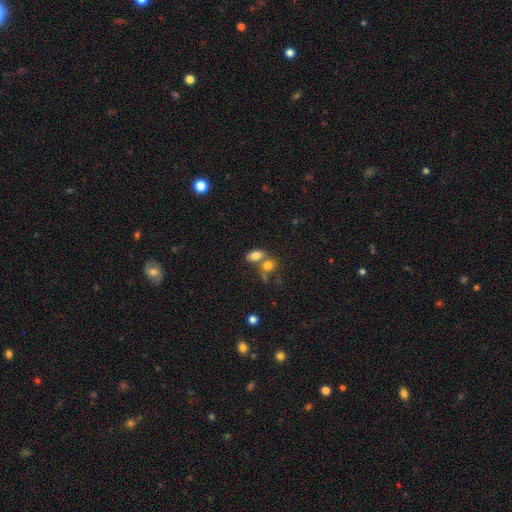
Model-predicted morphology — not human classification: smooth 78%, featured or disk 12%, star or artifact 10%. Down the decision tree: how rounded — in between (85%); merging — merger (45%).